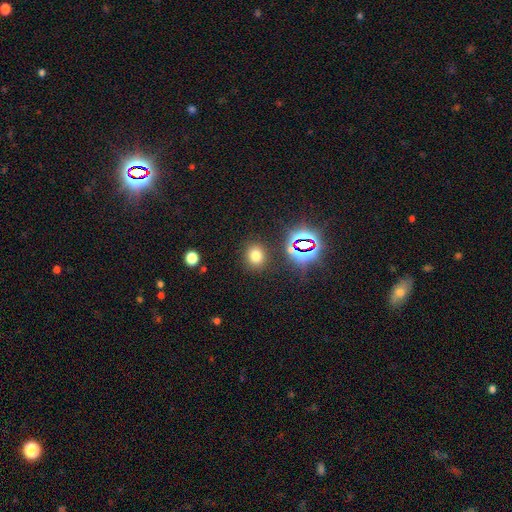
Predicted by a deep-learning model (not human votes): This appears to be a smooth galaxy with no disk features (70%) that is round (74%). Merging: none (86%).